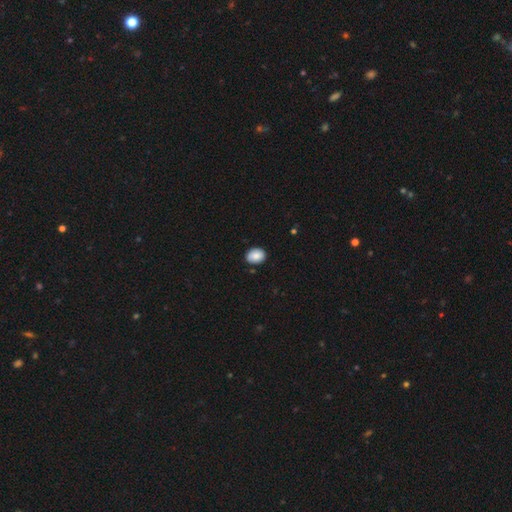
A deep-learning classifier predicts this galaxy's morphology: Q: Smooth or featured?
A: smooth (87%); runner-up: star or artifact (7%)
Q: How rounded?
A: in between (67%); runner-up: round (32%)
Q: Merging?
A: none (84%); runner-up: minor disturbance (12%)